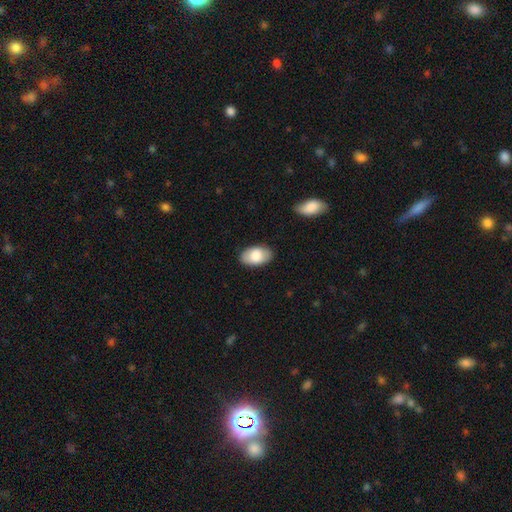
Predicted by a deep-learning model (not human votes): A smooth galaxy with no disk features (81%) that is in between round and cigar-shaped (94%). Merging: none (86%).